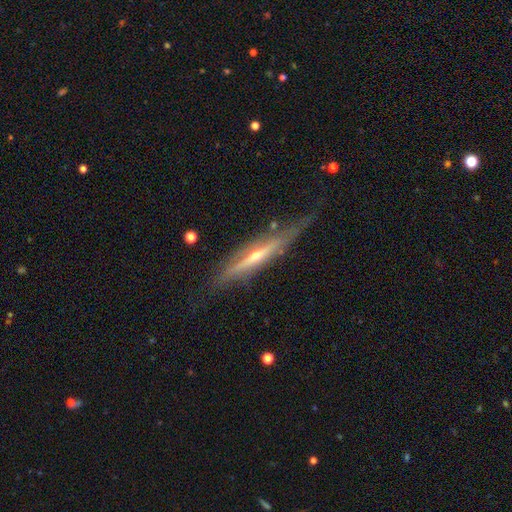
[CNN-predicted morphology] A featured or disk galaxy (77%) viewed edge-on (94%) with a rounded central bulge (78%). Merging: none (72%).